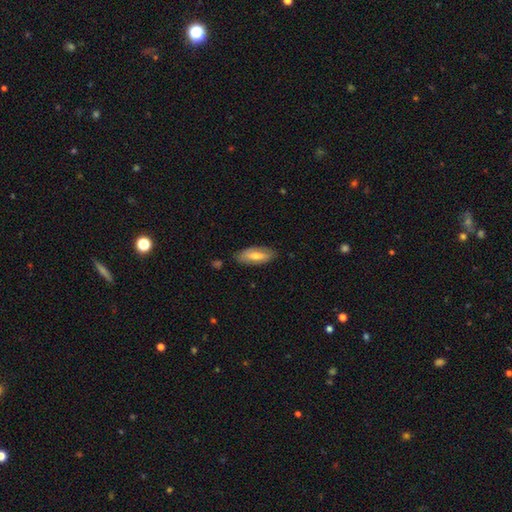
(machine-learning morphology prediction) Overall: smooth (60%; featured or disk 34%). How rounded: in between (75%). Merging: none (80%).